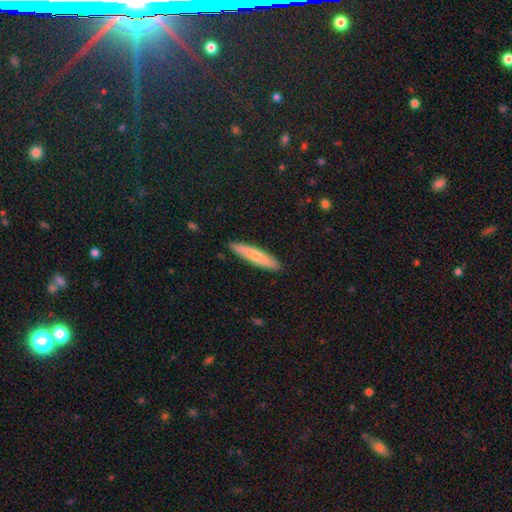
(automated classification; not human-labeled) Smooth or featured: smooth — 66% (featured or disk — 28%)
How rounded: cigar-shaped — 90% (in between — 9%)
Merging: none — 90% (minor disturbance — 8%)